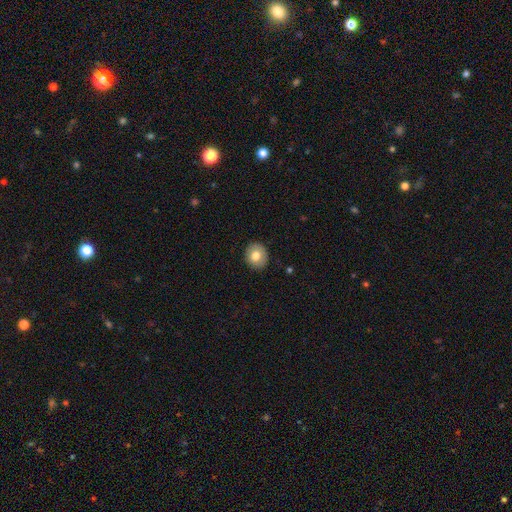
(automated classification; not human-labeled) The model was most divided on "how rounded": round: 76%, in between: 23%, cigar-shaped: 1%. More confident: merging — none (89%); smooth or featured — smooth (77%).